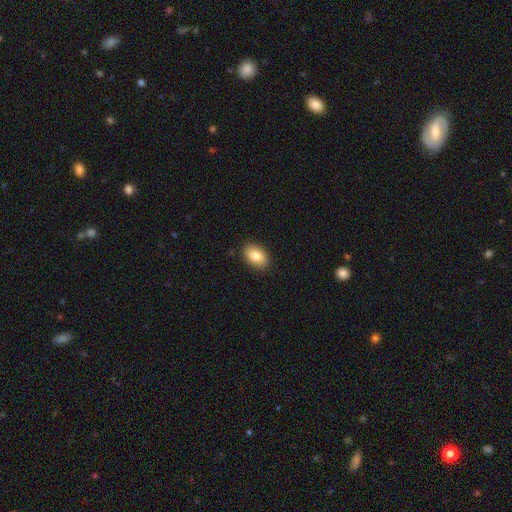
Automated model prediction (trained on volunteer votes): Q: Smooth or featured?
A: smooth (84%); runner-up: featured or disk (9%)
Q: How rounded?
A: in between (89%); runner-up: round (10%)
Q: Merging?
A: none (88%); runner-up: minor disturbance (9%)